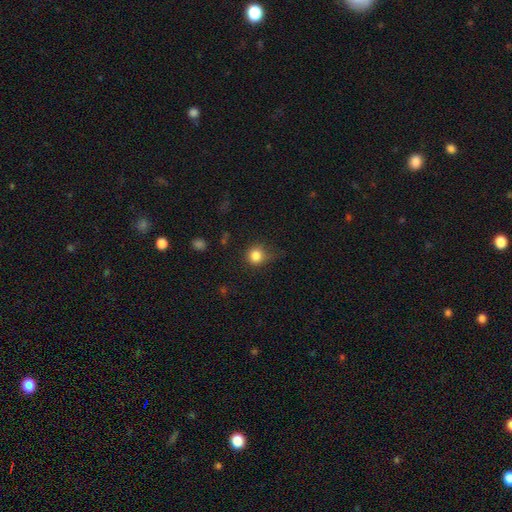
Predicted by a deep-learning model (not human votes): This appears to be a smooth galaxy with no disk features (82%) that is round (87%). Merging: none (62%).